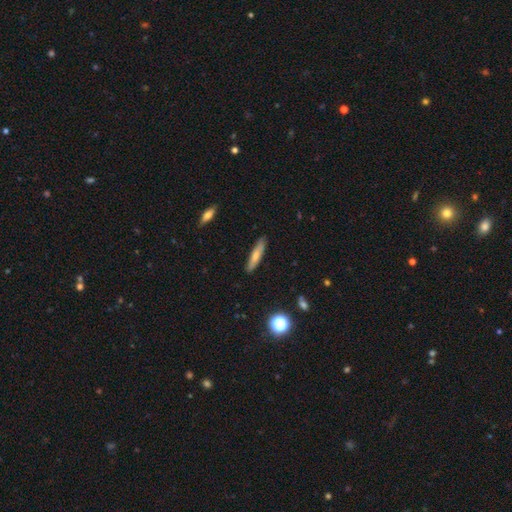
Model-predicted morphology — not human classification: Overall: smooth (66%; featured or disk 27%). How rounded: cigar-shaped (84%). Merging: none (87%).